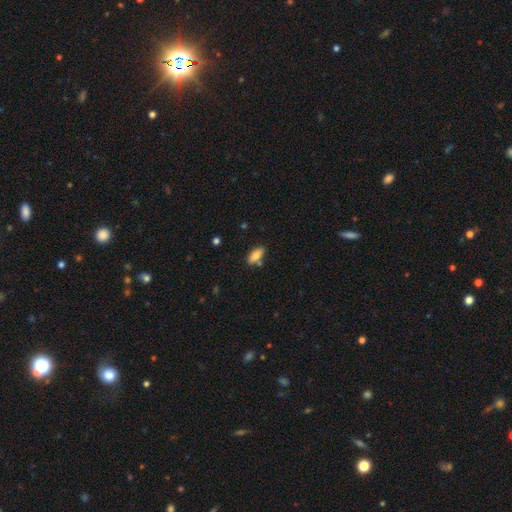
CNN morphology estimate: Smooth or featured: smooth — 77% (featured or disk — 16%)
How rounded: in between — 78% (cigar-shaped — 19%)
Merging: none — 77% (minor disturbance — 13%)